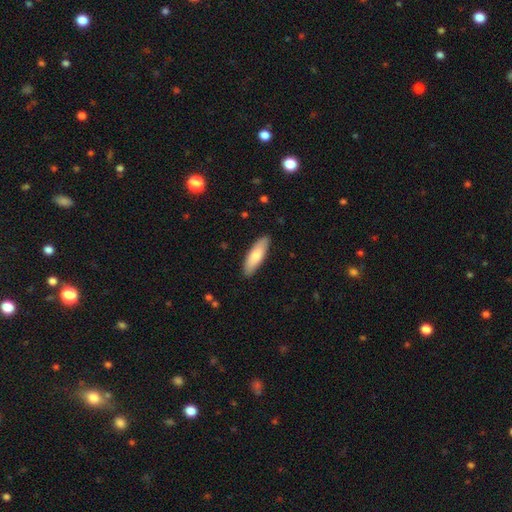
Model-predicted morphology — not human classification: smooth_or_featured: smooth (p=0.76) [alt: featured or disk p=0.18]
how_rounded: cigar-shaped (p=0.50) [alt: in between p=0.49]
merging: none (p=0.89) [alt: minor disturbance p=0.09]